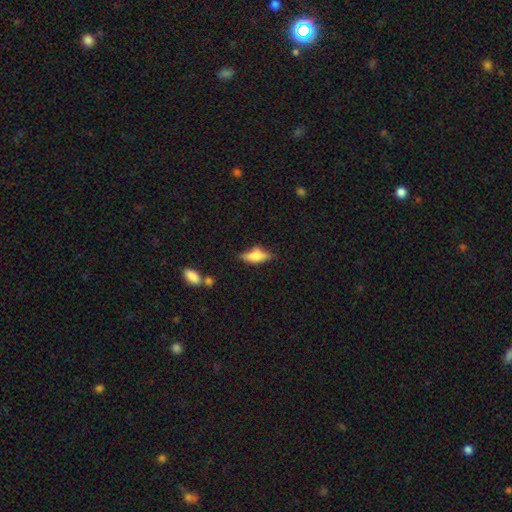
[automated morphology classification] This appears to be a smooth galaxy with no disk features (61%) that is in between round and cigar-shaped (65%). Merging: none (59%).